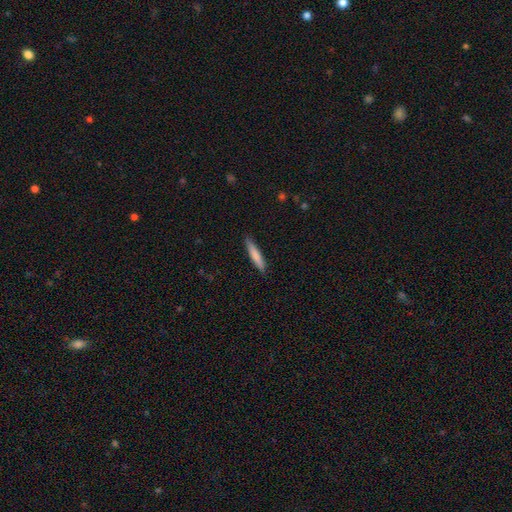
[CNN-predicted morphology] A smooth galaxy with no disk features (79%) that is cigar-shaped (91%).

Vote fractions:
- Smooth or featured? smooth: 79% / featured or disk: 16% / star or artifact: 5%
- How rounded? cigar-shaped: 91% / in between: 8% / round: 1%
- Merging? none: 89% / minor disturbance: 8% / major disturbance: 2% / merger: 1%